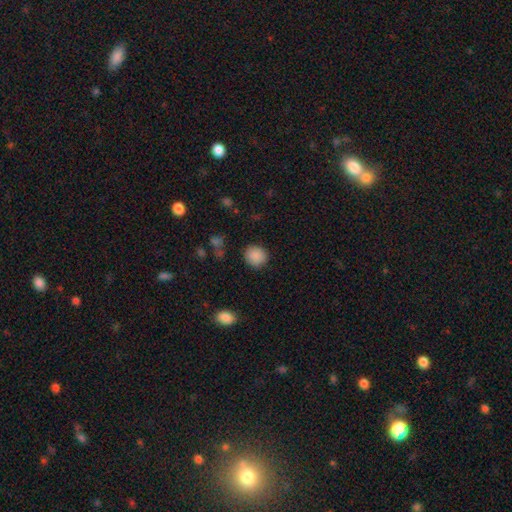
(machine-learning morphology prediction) A smooth galaxy with no disk features (87%) that is round (84%).

Vote fractions:
- Smooth or featured? smooth: 87% / star or artifact: 9% / featured or disk: 4%
- How rounded? round: 84% / in between: 15% / cigar-shaped: 1%
- Merging? none: 87% / minor disturbance: 9% / major disturbance: 3% / merger: 1%